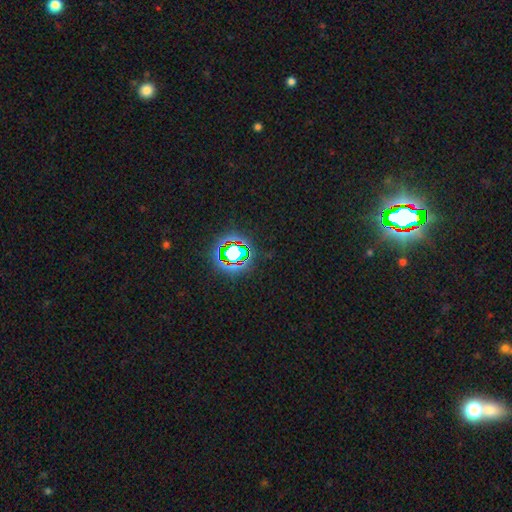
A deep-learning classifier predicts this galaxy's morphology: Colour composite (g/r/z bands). It shows a star or artifact, not a galaxy (81%).